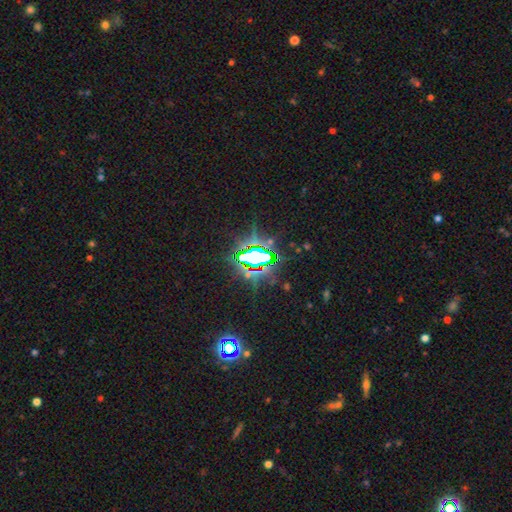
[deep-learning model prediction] Q: Smooth or featured?
A: star or artifact (76%); runner-up: smooth (13%)